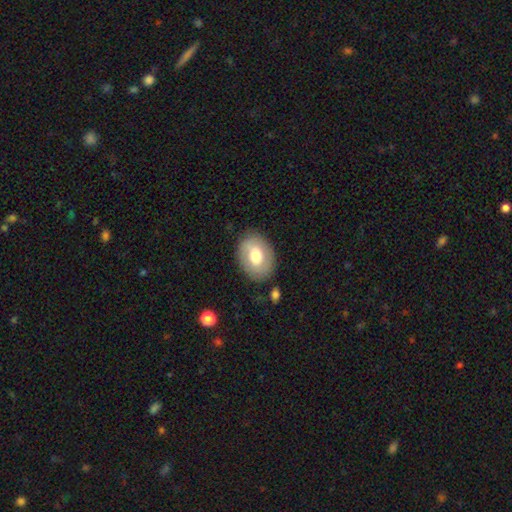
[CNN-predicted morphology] This appears to be a smooth galaxy with no disk features (63%) that is in between round and cigar-shaped (72%). Merging: none (81%).